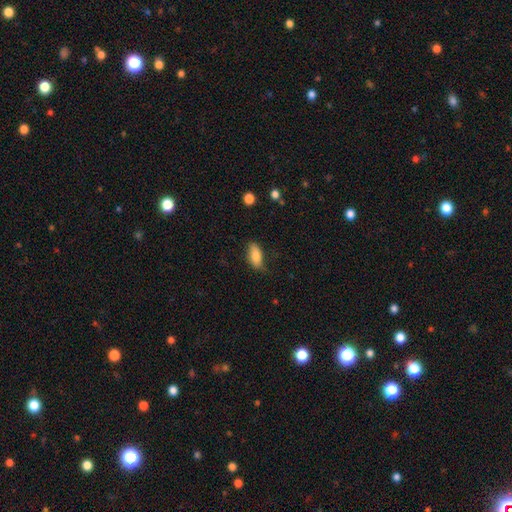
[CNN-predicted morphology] Smooth or featured? Predicted: smooth (p=0.80). How rounded? Predicted: in between (p=0.85). Merging? Predicted: none (p=0.75).